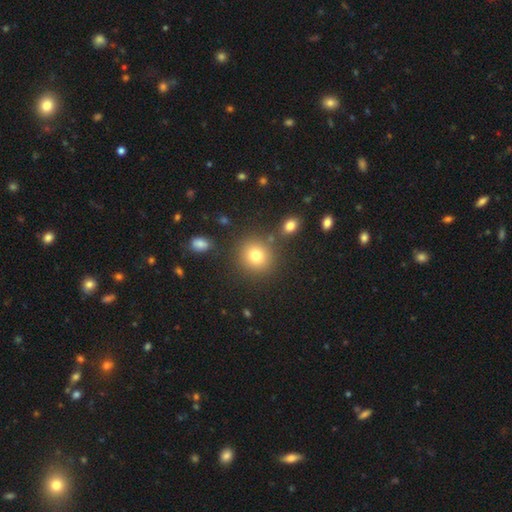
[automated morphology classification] Smooth or featured? smooth (78%)
How rounded? round (86%)
Merging? none (81%)